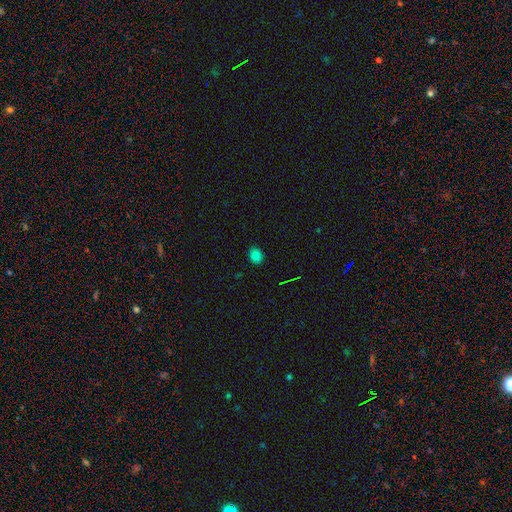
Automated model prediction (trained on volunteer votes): smooth_or_featured: smooth (p=0.81) [alt: star or artifact p=0.14]
how_rounded: round (p=0.51) [alt: in between p=0.48]
merging: none (p=0.88) [alt: minor disturbance p=0.09]